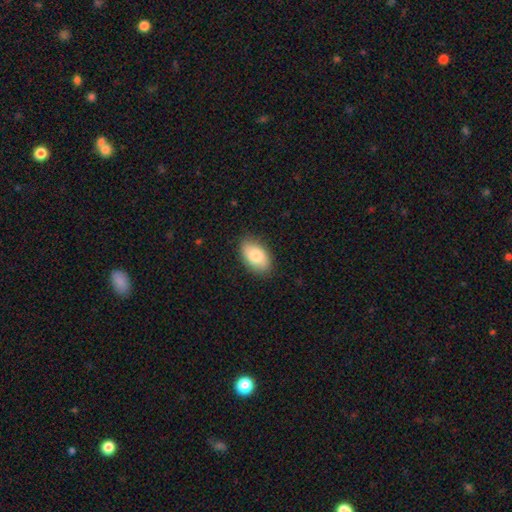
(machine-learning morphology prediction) smooth_or_featured: smooth (p=0.82) [alt: featured or disk p=0.12]
how_rounded: in between (p=0.93) [alt: round p=0.05]
merging: none (p=0.82) [alt: minor disturbance p=0.14]